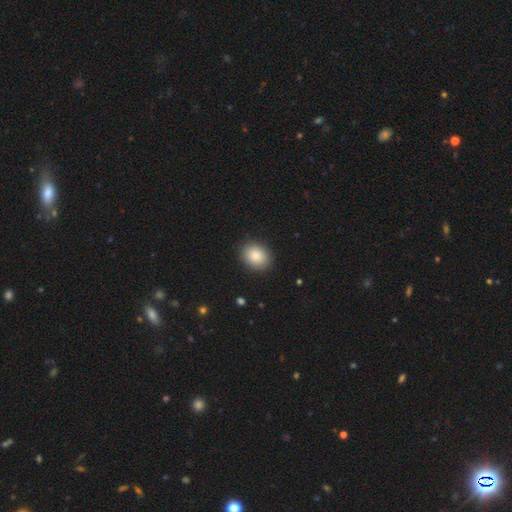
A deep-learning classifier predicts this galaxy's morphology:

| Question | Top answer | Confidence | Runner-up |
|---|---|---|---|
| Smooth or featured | smooth | 88% | star or artifact (7%) |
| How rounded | in between | 51% | round (48%) |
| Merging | none | 90% | minor disturbance (7%) |